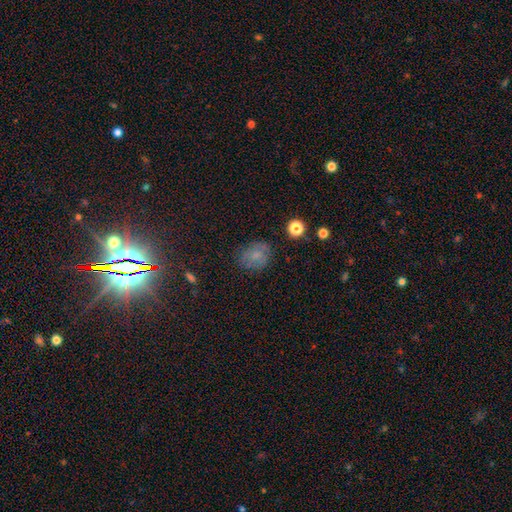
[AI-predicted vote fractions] smooth 66%, featured or disk 19%, star or artifact 15%. Down the decision tree: how rounded — round (59%); merging — none (72%).